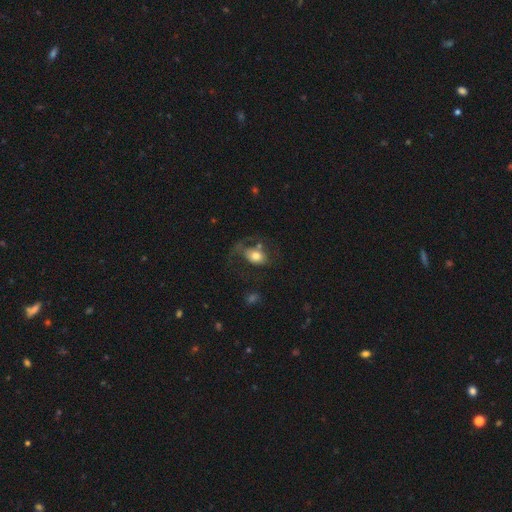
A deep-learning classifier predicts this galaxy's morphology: smooth 60%, featured or disk 32%, star or artifact 9%. Down the decision tree: how rounded — in between (73%); merging — major disturbance (42%).